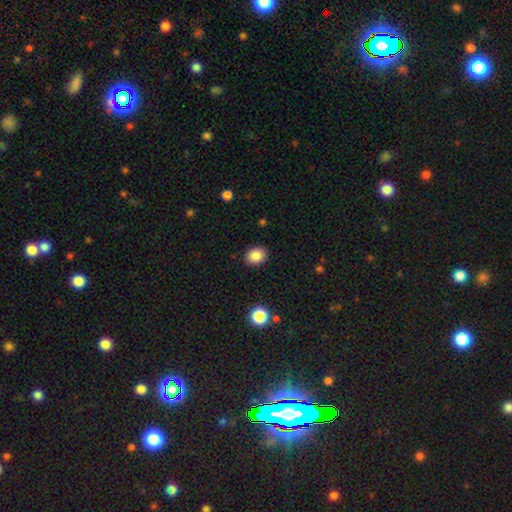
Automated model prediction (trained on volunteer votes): Smooth or featured?
  - smooth: 87% *
  - star or artifact: 9%
  - featured or disk: 4%
How rounded?
  - in between: 54% *
  - round: 45%
  - cigar-shaped: 1%
Merging?
  - none: 89% *
  - minor disturbance: 8%
  - major disturbance: 2%
  - merger: 1%